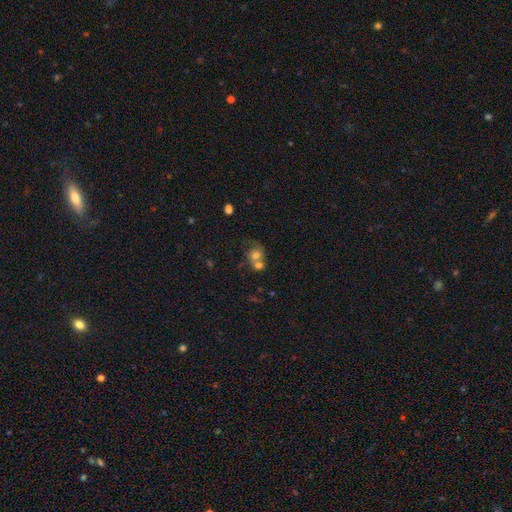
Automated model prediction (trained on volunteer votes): Morphology: type=smooth (65%); roundness=round (72%); merging=merger (59%).